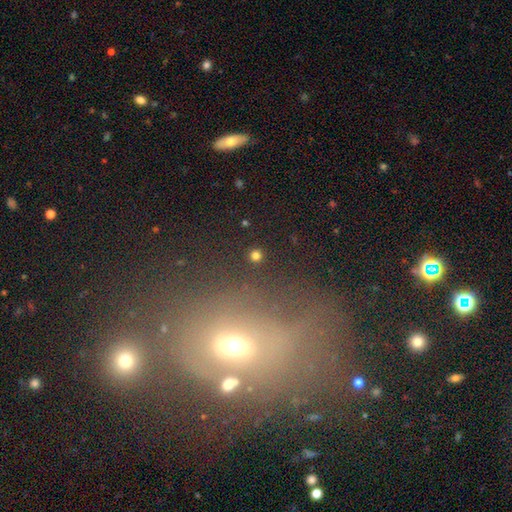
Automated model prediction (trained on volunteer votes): A smooth galaxy with no disk features (78%) that is round (94%). Merging: none (91%).